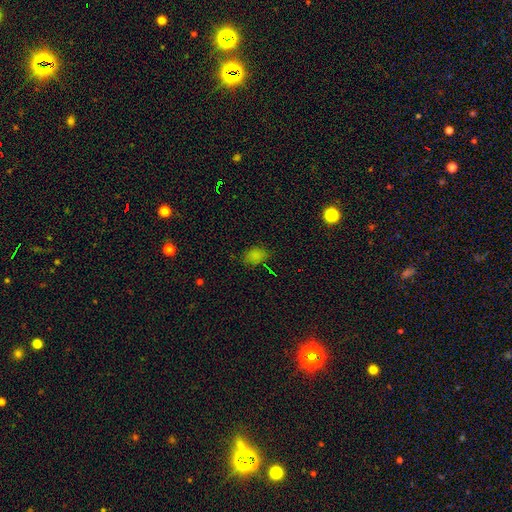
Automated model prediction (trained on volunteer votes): Overall: smooth (75%). How rounded: in between (75%). Merging: none (71%).